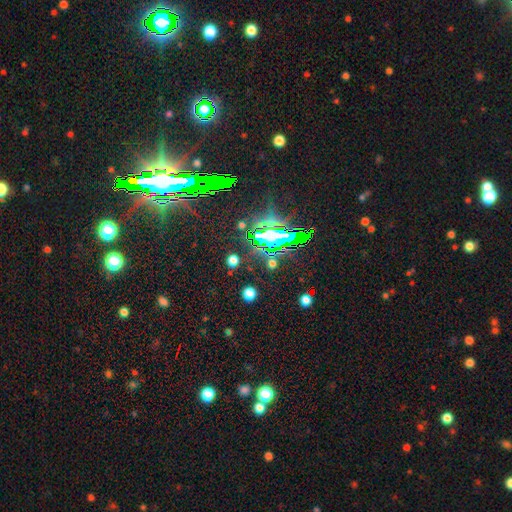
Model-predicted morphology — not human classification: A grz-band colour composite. It shows a star or artifact, not a galaxy (83%).